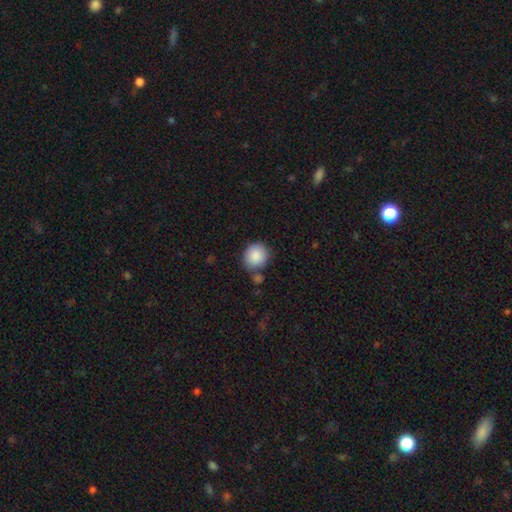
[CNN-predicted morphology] This is clearly a smooth galaxy (88%). How rounded: clearly round (87%). Merging: likely none (71%).